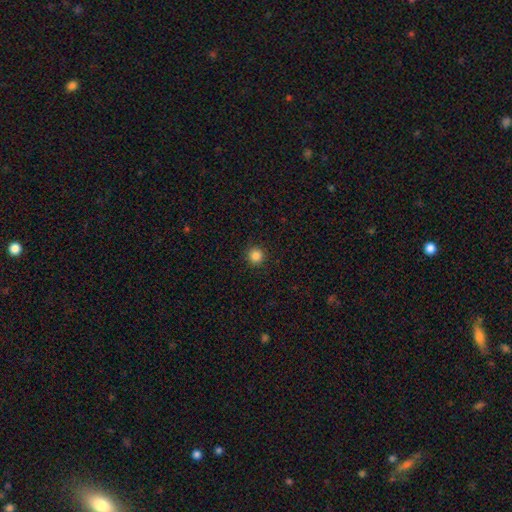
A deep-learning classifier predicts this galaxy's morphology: A smooth galaxy with no disk features (85%) that is round (96%). Merging: none (92%).